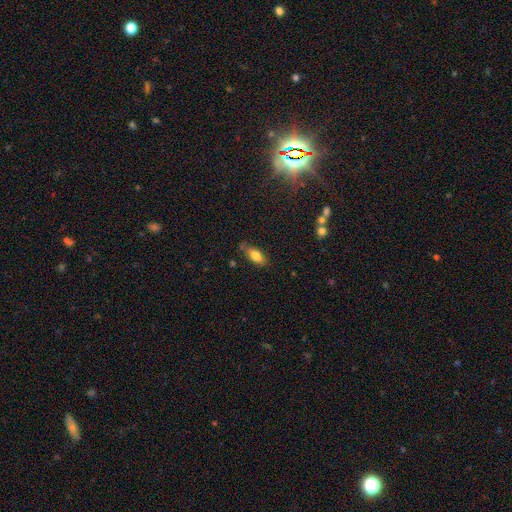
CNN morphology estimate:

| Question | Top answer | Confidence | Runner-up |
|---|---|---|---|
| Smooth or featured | smooth | 77% | featured or disk (15%) |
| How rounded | in between | 82% | cigar-shaped (14%) |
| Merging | none | 70% | minor disturbance (21%) |